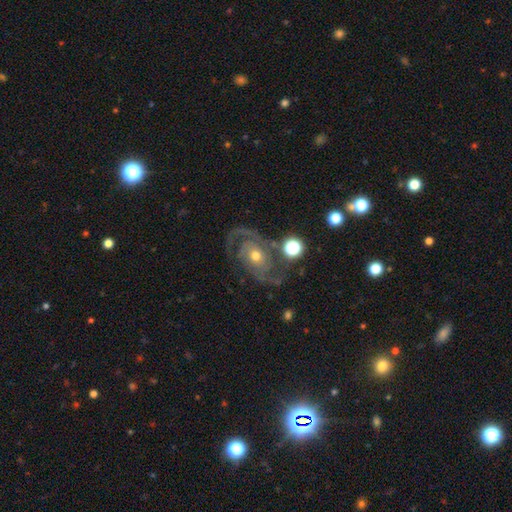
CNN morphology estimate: This is clearly a featured or disk galaxy (87%). It is clearly not viewed edge-on (97%). Bar: likely no (73%). Spiral arm pattern: clearly yes (96%). Spiral arm count: clearly 2 (88%). Spiral winding: possibly medium (51%). Central bulge: likely moderate (63%). Merging: likely none (69%).